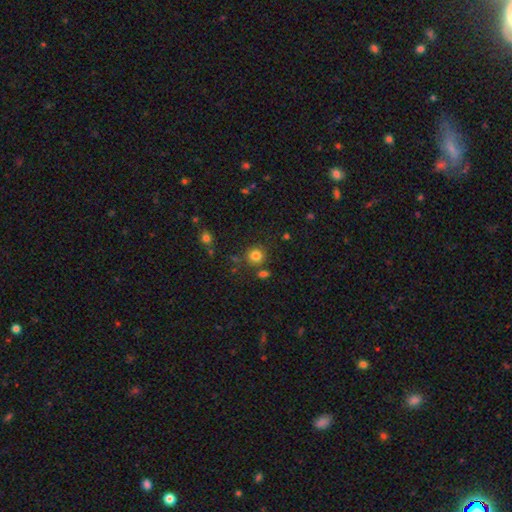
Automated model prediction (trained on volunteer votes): A smooth galaxy with no disk features (81%) that is round (90%).

Vote fractions:
- Smooth or featured? smooth: 81% / star or artifact: 13% / featured or disk: 5%
- How rounded? round: 90% / in between: 9% / cigar-shaped: 1%
- Merging? none: 80% / minor disturbance: 9% / merger: 8% / major disturbance: 3%